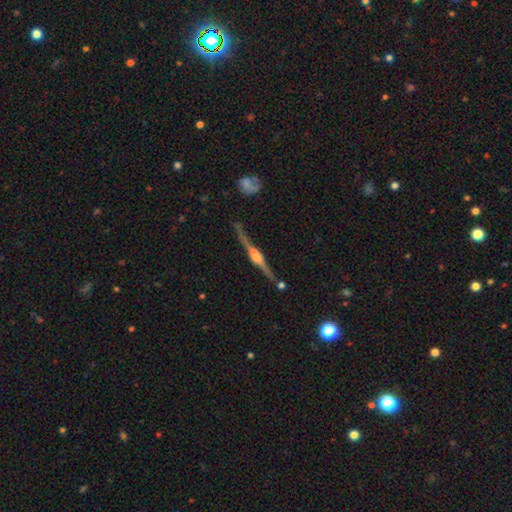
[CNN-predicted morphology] Q: Smooth or featured?
A: featured or disk (87%); runner-up: smooth (7%)
Q: Edge-on disk?
A: yes (98%); runner-up: no (2%)
Q: Edge-on bulge?
A: rounded (84%); runner-up: boxy (13%)
Q: Merging?
A: none (81%); runner-up: minor disturbance (11%)